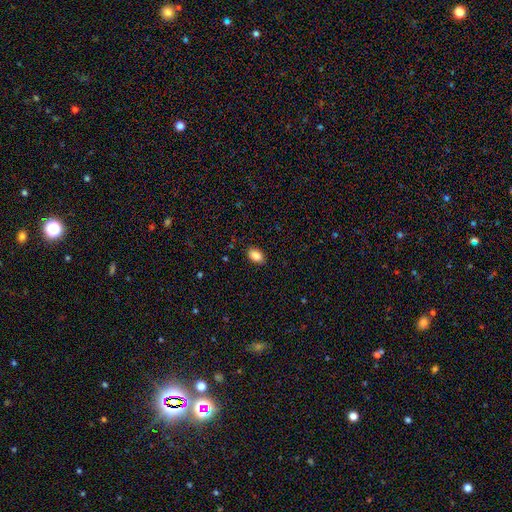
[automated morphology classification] A smooth galaxy with no disk features (88%) that is in between round and cigar-shaped (89%).

Vote fractions:
- Smooth or featured? smooth: 88% / star or artifact: 8% / featured or disk: 5%
- How rounded? in between: 89% / round: 9% / cigar-shaped: 1%
- Merging? none: 88% / minor disturbance: 9% / major disturbance: 2% / merger: 1%